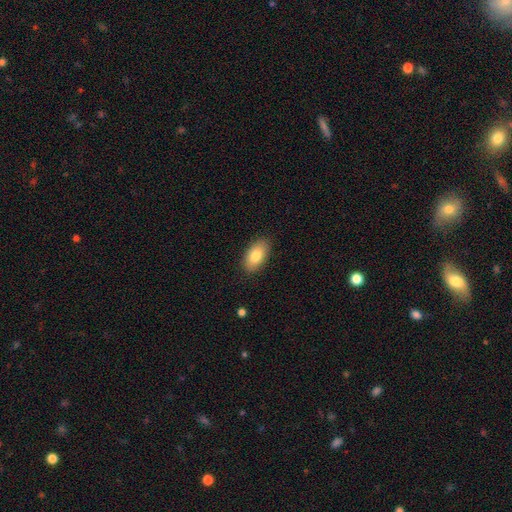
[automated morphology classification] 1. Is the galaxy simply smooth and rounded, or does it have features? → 82% smooth, 12% featured or disk, 7% star or artifact.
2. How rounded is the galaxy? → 94% in between, 4% round, 3% cigar-shaped.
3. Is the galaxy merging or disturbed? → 87% none, 10% minor disturbance, 2% major disturbance, 1% merger.